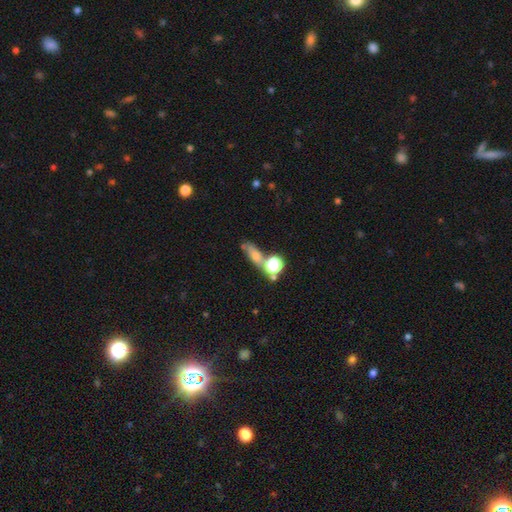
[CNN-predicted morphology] smooth_or_featured: smooth (p=0.54) [alt: star or artifact p=0.24]
how_rounded: in between (p=0.41) [alt: cigar-shaped p=0.31]
merging: none (p=0.53) [alt: merger p=0.22]